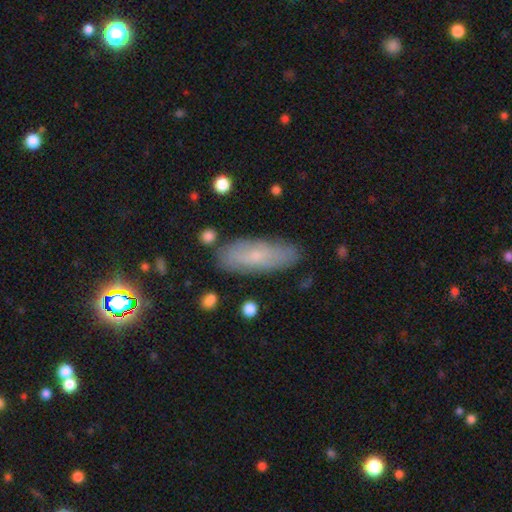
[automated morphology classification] Smooth or featured: smooth — 62% (featured or disk — 30%)
How rounded: in between — 63% (cigar-shaped — 35%)
Merging: none — 80% (minor disturbance — 14%)